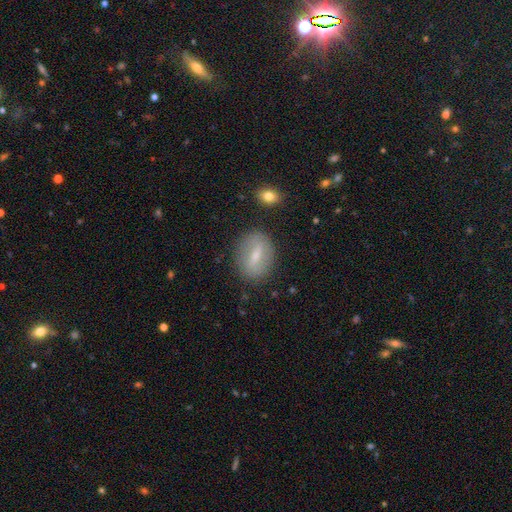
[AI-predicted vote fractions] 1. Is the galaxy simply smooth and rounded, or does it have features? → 51% smooth, 40% featured or disk, 8% star or artifact.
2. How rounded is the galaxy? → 68% in between, 27% round, 6% cigar-shaped.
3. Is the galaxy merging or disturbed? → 82% none, 12% minor disturbance, 4% major disturbance, 2% merger.